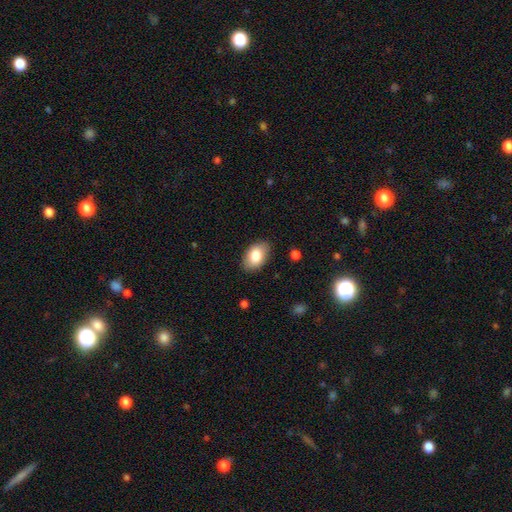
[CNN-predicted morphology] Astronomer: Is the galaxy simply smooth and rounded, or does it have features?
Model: smooth — 83%.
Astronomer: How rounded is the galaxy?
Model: in between — 91%.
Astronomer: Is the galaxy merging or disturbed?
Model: none — 85%.